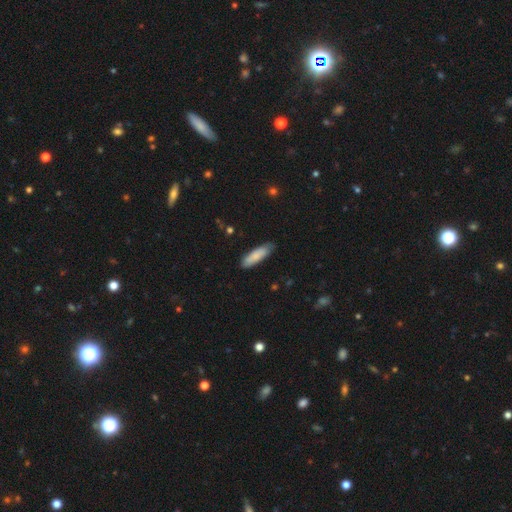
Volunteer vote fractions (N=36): Smooth or featured? 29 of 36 (81%) said smooth. How rounded? 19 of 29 (66%) said cigar-shaped. Merging? 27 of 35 (77%) said none.